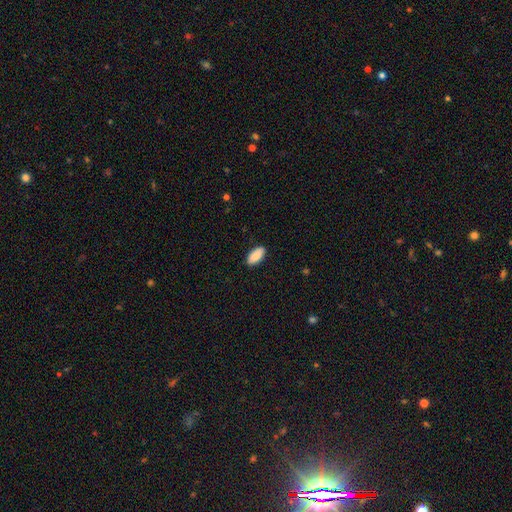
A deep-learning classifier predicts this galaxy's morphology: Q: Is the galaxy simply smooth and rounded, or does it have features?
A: smooth — 88%.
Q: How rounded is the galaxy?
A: in between — 91%.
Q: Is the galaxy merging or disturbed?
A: none — 87%.